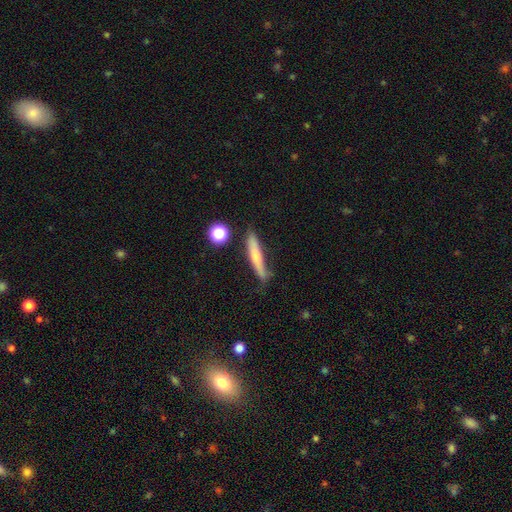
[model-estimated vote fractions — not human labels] This appears to be a featured or disk galaxy (52%) viewed edge-on (89%). Merging: none (75%).